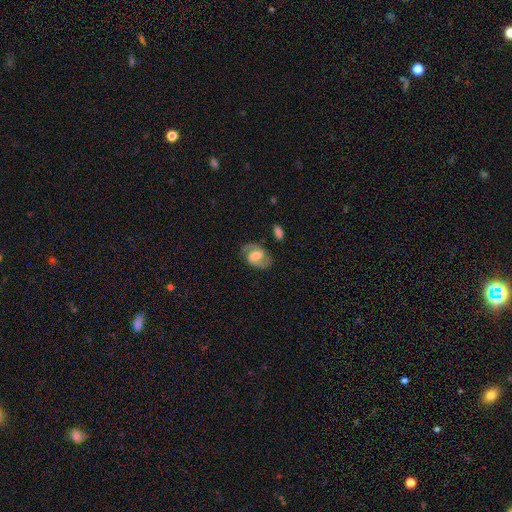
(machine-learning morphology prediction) type=featured or disk (75%); edge-on=no (97%); bar=weak (50%); spiral arms=yes (93%); winding=medium (54%); arm count=2 (89%); bulge=moderate (51%); merging=none (76%).